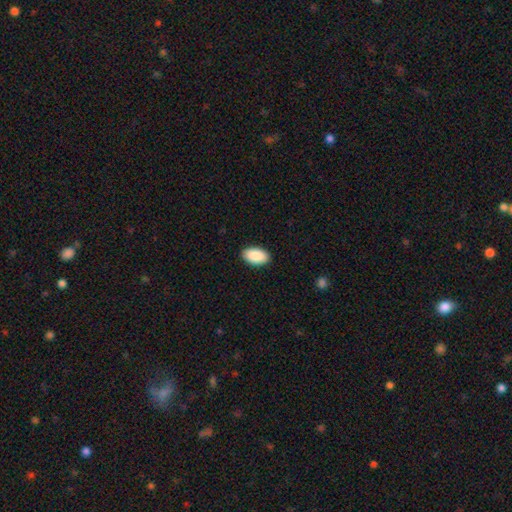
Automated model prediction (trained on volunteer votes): Smooth or featured?
  - smooth: 91% *
  - star or artifact: 6%
  - featured or disk: 3%
How rounded?
  - in between: 95% *
  - round: 4%
  - cigar-shaped: 1%
Merging?
  - none: 90% *
  - minor disturbance: 7%
  - major disturbance: 2%
  - merger: 1%